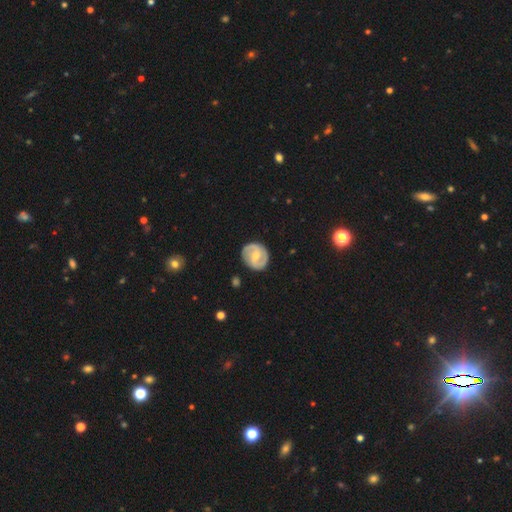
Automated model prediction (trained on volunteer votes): Q: Smooth or featured?
A: featured or disk (77%); runner-up: smooth (18%)
Q: Edge-on disk?
A: no (98%); runner-up: yes (2%)
Q: Bar?
A: weak (49%); runner-up: no (32%)
Q: Spiral arms?
A: yes (92%); runner-up: no (8%)
Q: Spiral winding?
A: medium (47%); runner-up: tight (38%)
Q: Spiral arm count?
A: 2 (89%); runner-up: can't tell (6%)
Q: Bulge size?
A: moderate (49%); runner-up: small (46%)
Q: Merging?
A: none (85%); runner-up: minor disturbance (11%)